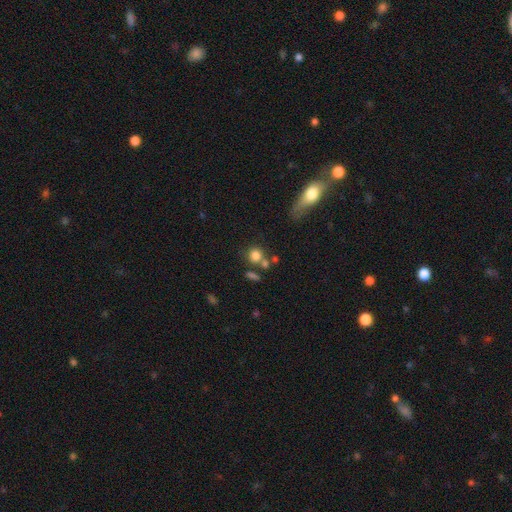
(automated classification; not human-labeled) smooth_or_featured: smooth (p=0.79) [alt: star or artifact p=0.12]
how_rounded: round (p=0.83) [alt: in between p=0.16]
merging: none (p=0.57) [alt: merger p=0.25]